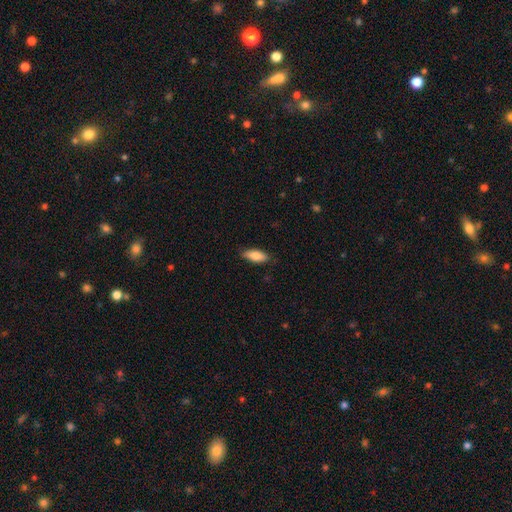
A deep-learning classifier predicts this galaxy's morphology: smooth 85%, featured or disk 9%, star or artifact 6%. Down the decision tree: how rounded — in between (77%); merging — none (85%).